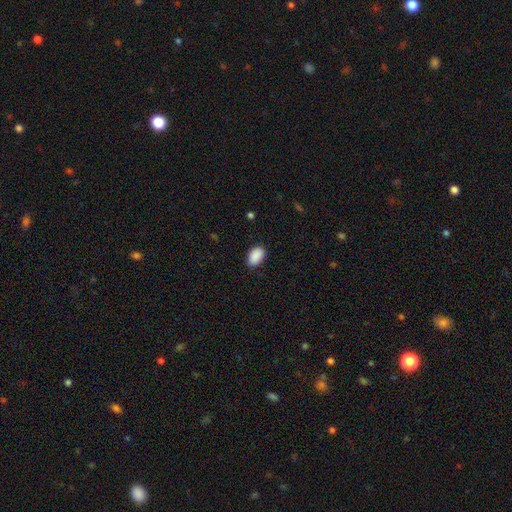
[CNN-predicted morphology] smooth-or-featured: smooth: 91% | star or artifact: 7% | featured or disk: 2%
  how-rounded: in between: 91% | round: 7% | cigar-shaped: 1%
  merging: none: 86% | minor disturbance: 11% | major disturbance: 2% | merger: 1%